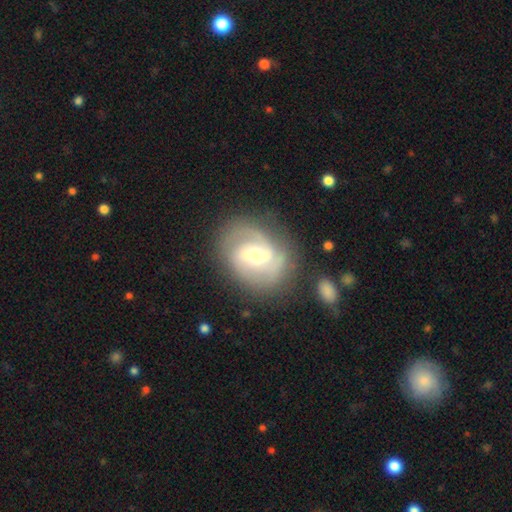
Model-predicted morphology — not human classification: The model was most divided on "spiral winding": medium: 45%, tight: 34%, loose: 20%. More confident: edge-on disk — no (97%); spiral arms — yes (91%); smooth or featured — featured or disk (79%); merging — none (69%); bulge size — moderate (63%); spiral arm count — 2 (53%); bar — weak (51%).